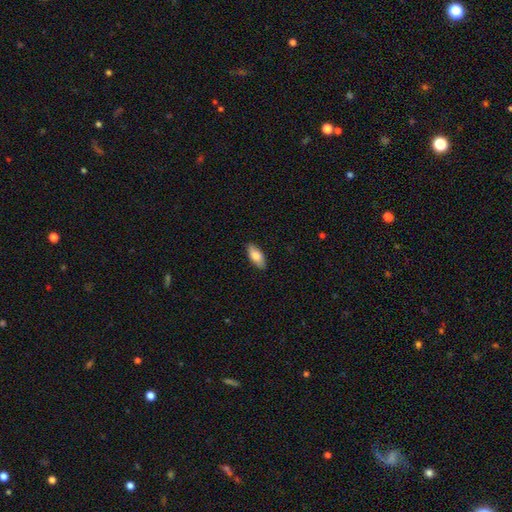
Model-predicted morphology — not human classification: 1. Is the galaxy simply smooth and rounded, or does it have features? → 78% smooth, 16% featured or disk, 6% star or artifact.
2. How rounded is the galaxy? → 85% in between, 12% cigar-shaped, 2% round.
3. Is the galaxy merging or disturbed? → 88% none, 9% minor disturbance, 2% major disturbance, 1% merger.